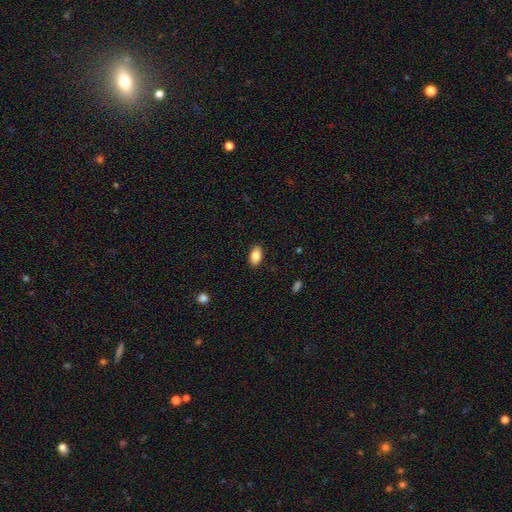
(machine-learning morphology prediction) Smooth or featured?
  - smooth: 85% *
  - star or artifact: 8%
  - featured or disk: 7%
How rounded?
  - in between: 92% *
  - round: 6%
  - cigar-shaped: 2%
Merging?
  - none: 89% *
  - minor disturbance: 8%
  - major disturbance: 2%
  - merger: 1%